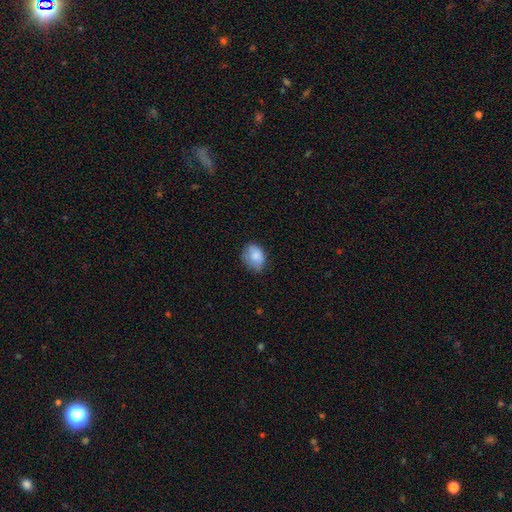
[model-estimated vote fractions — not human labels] Smooth or featured?
  - smooth: 83% *
  - featured or disk: 9%
  - star or artifact: 8%
How rounded?
  - in between: 61% *
  - round: 38%
  - cigar-shaped: 1%
Merging?
  - none: 63% *
  - minor disturbance: 30%
  - major disturbance: 6%
  - merger: 1%